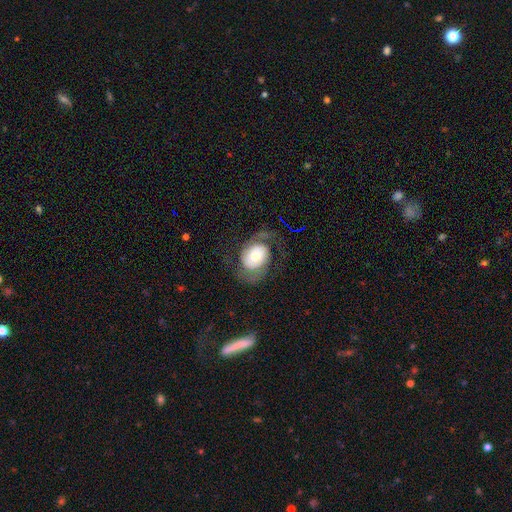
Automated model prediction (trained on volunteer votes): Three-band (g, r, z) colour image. It shows a featured or disk galaxy (69%) with no bar (66%), 2 (81%) medium (45%) spiral arms (89%) and a moderate central bulge (49%). Merging: none (56%).